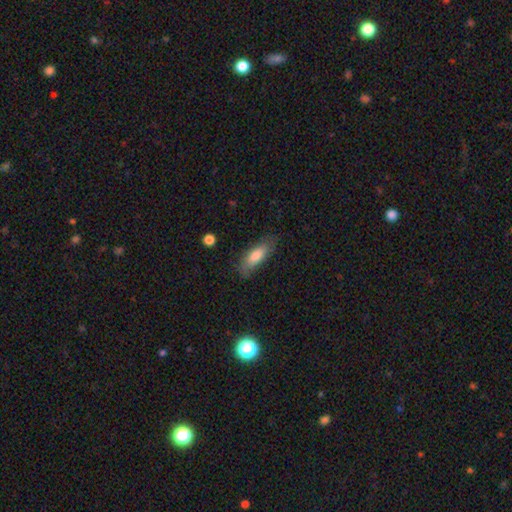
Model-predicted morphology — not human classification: Smooth or featured: smooth — 74% (featured or disk — 20%)
How rounded: in between — 67% (cigar-shaped — 31%)
Merging: none — 75% (minor disturbance — 19%)